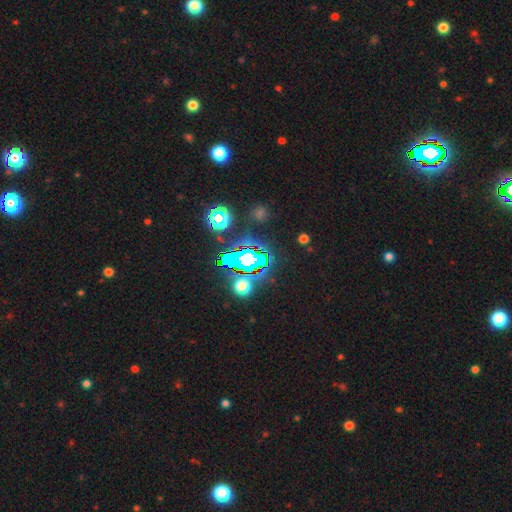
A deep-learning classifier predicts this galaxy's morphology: The model was most divided on "smooth or featured": star or artifact: 69%, smooth: 18%, featured or disk: 13%.